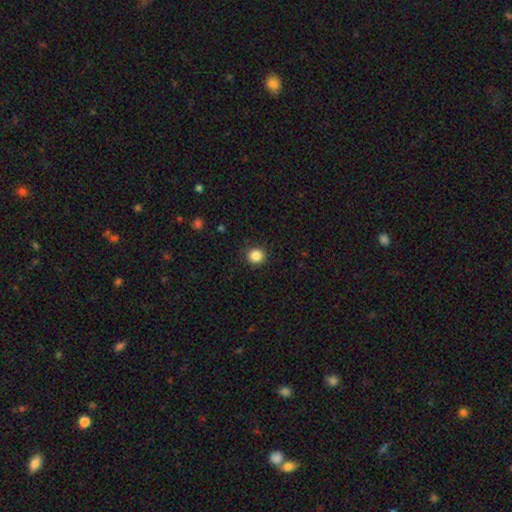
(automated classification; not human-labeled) Smooth or featured?
  - smooth: 86% *
  - star or artifact: 11%
  - featured or disk: 4%
How rounded?
  - round: 93% *
  - in between: 6%
  - cigar-shaped: 1%
Merging?
  - none: 92% *
  - minor disturbance: 6%
  - major disturbance: 2%
  - merger: 1%